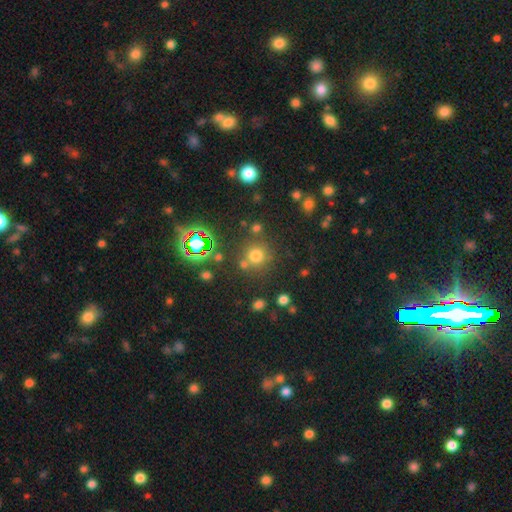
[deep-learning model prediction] Morphology: type=smooth (69%); roundness=round (91%); merging=none (72%).